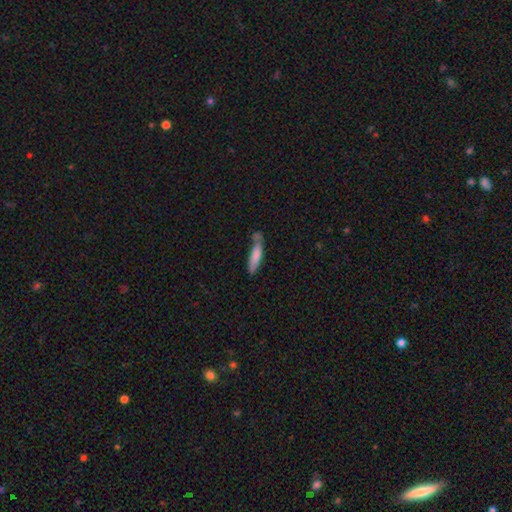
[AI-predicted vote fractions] smooth-or-featured: smooth: 78% | featured or disk: 16% | star or artifact: 6%
  how-rounded: cigar-shaped: 77% | in between: 21% | round: 2%
  merging: none: 49% | minor disturbance: 26% | merger: 17% | major disturbance: 9%